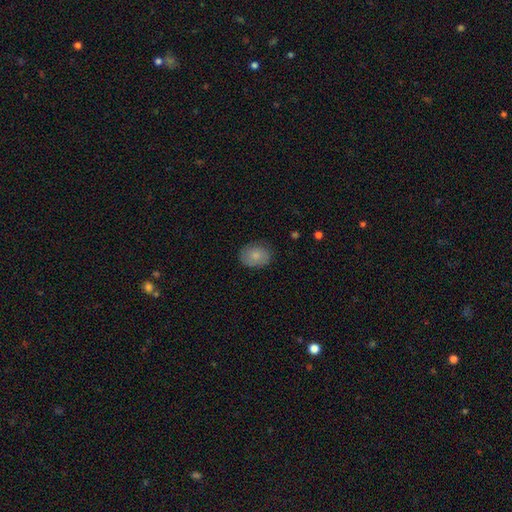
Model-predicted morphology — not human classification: type=smooth (79%); roundness=in between (62%); merging=none (80%).